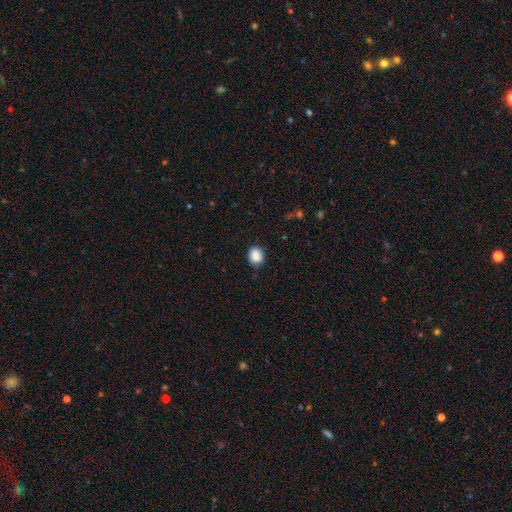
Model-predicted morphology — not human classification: Smooth or featured? Predicted: smooth (p=0.88). How rounded? Predicted: round (p=0.62). Merging? Predicted: none (p=0.85).